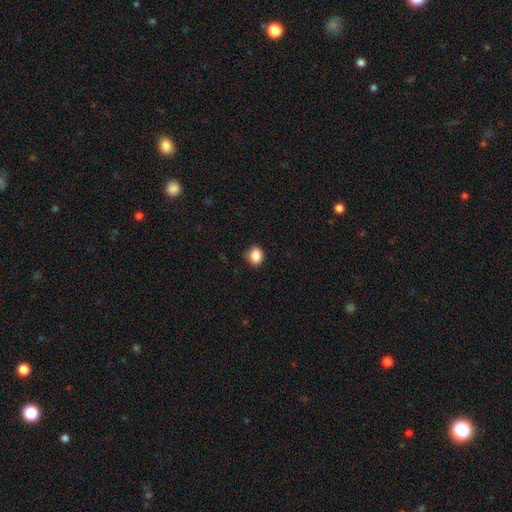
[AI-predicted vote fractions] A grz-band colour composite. It shows a smooth galaxy with no disk features (87%) that is round (64%). Merging: none (79%).